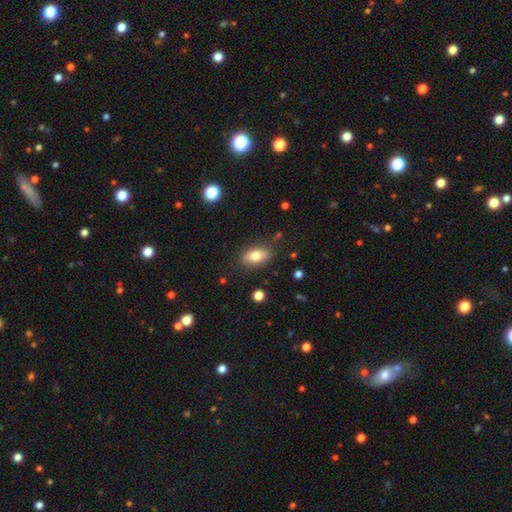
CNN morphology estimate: smooth_or_featured: smooth (p=0.77) [alt: featured or disk p=0.14]
how_rounded: in between (p=0.87) [alt: round p=0.09]
merging: none (p=0.82) [alt: minor disturbance p=0.13]